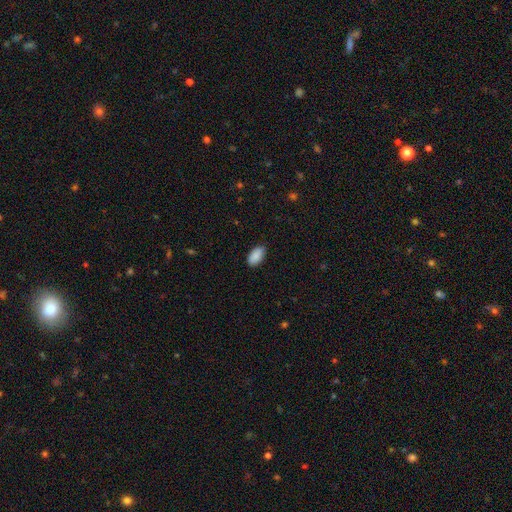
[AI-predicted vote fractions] Morphology: type=smooth (90%); roundness=in between (95%); merging=none (87%).